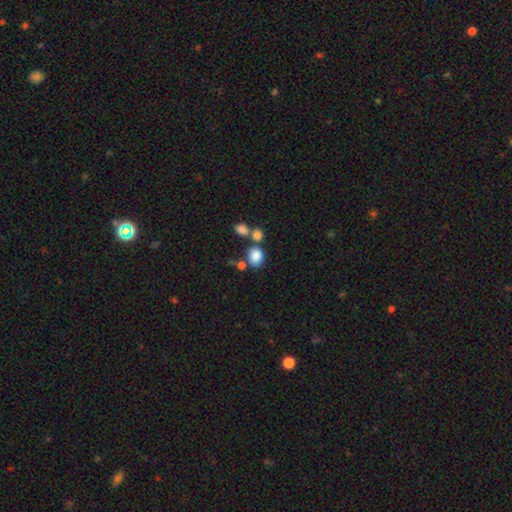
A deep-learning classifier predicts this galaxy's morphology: Overall: smooth (83%). How rounded: round (55%; in between 44%). Merging: none (52%; merger 32%).